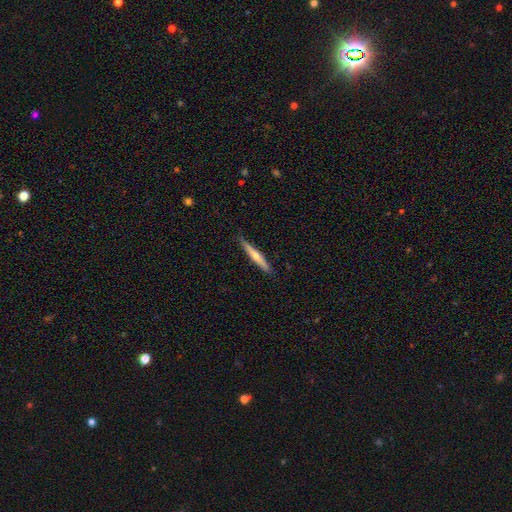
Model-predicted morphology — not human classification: A featured or disk galaxy (51%) viewed edge-on (96%).

Vote fractions:
- Smooth or featured? featured or disk: 51% / smooth: 44% / star or artifact: 5%
- Edge-on disk? yes: 96% / no: 4%
- Merging? none: 87% / minor disturbance: 10% / major disturbance: 2% / merger: 1%